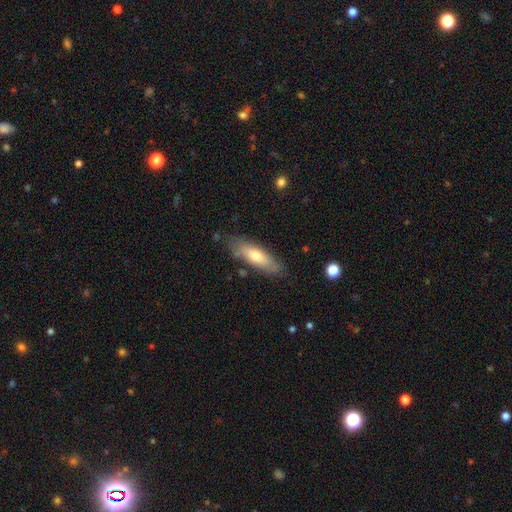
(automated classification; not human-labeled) smooth-or-featured: smooth: 59% | featured or disk: 35% | star or artifact: 6%
  how-rounded: cigar-shaped: 53% | in between: 45% | round: 2%
  merging: none: 78% | minor disturbance: 16% | major disturbance: 3% | merger: 2%